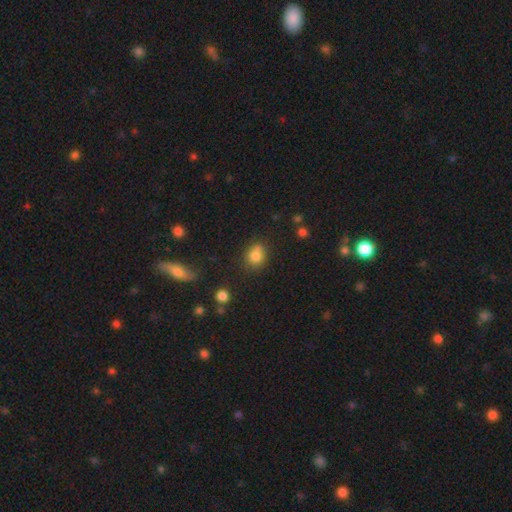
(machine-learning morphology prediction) Smooth or featured?
  - smooth: 78% *
  - star or artifact: 13%
  - featured or disk: 9%
How rounded?
  - round: 71% *
  - in between: 28%
  - cigar-shaped: 1%
Merging?
  - none: 56% *
  - merger: 24%
  - minor disturbance: 15%
  - major disturbance: 5%